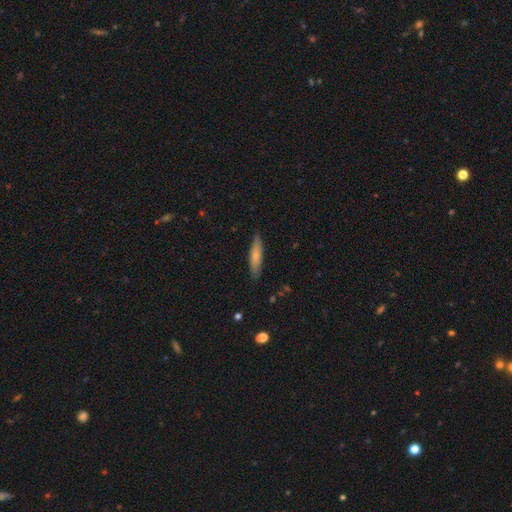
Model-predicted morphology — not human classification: Q: Smooth or featured?
A: smooth (69%); runner-up: featured or disk (26%)
Q: How rounded?
A: cigar-shaped (80%); runner-up: in between (18%)
Q: Merging?
A: none (84%); runner-up: minor disturbance (12%)